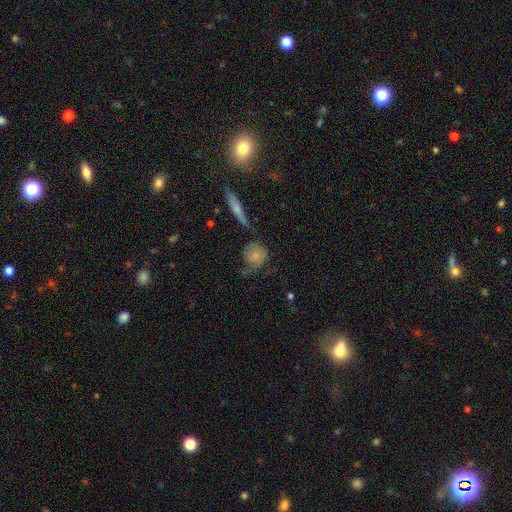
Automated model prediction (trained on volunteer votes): Morphology: type=smooth (67%); roundness=round (79%); merging=none (48%).